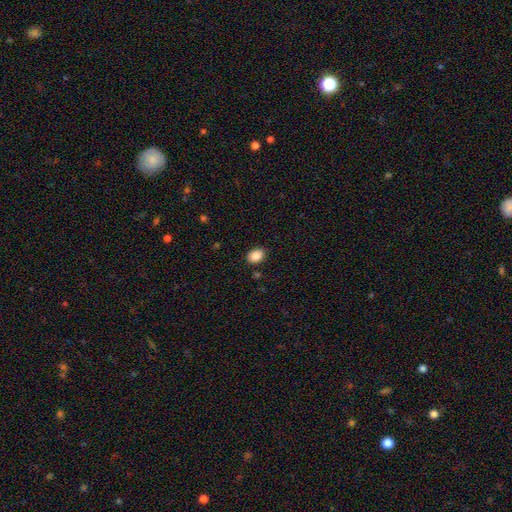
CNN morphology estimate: Q: Smooth or featured?
A: smooth (88%); runner-up: star or artifact (8%)
Q: How rounded?
A: in between (73%); runner-up: round (26%)
Q: Merging?
A: none (88%); runner-up: minor disturbance (9%)